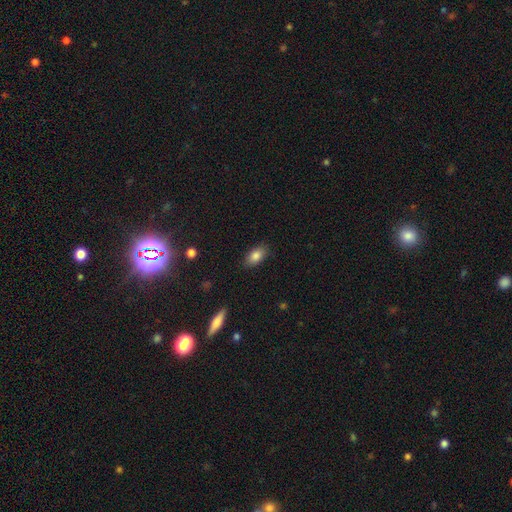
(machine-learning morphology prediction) smooth-or-featured: smooth: 84% | featured or disk: 8% | star or artifact: 8%
  how-rounded: in between: 90% | round: 6% | cigar-shaped: 5%
  merging: none: 86% | minor disturbance: 11% | major disturbance: 2% | merger: 1%